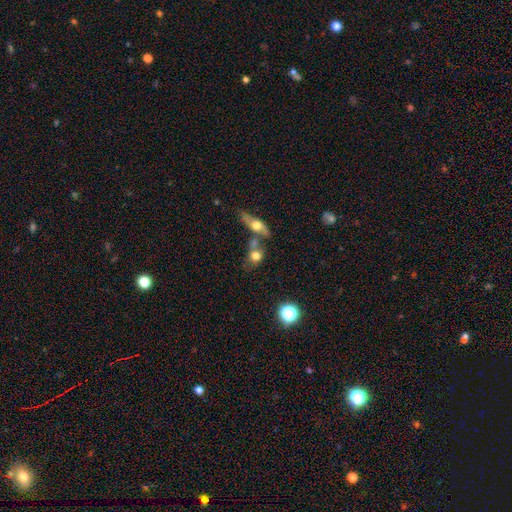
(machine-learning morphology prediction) Q: Smooth or featured?
A: smooth (71%); runner-up: featured or disk (18%)
Q: How rounded?
A: round (56%); runner-up: in between (40%)
Q: Merging?
A: merger (42%); runner-up: none (40%)